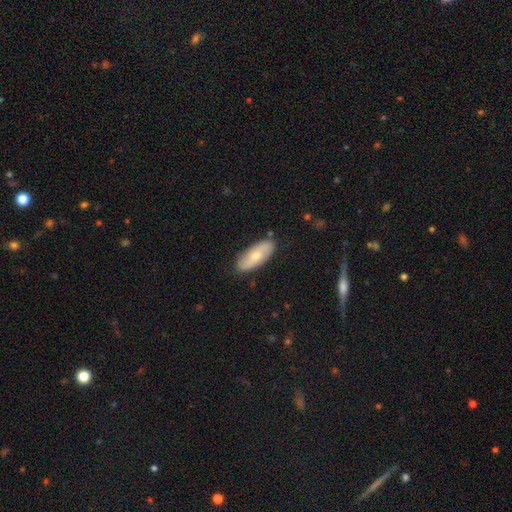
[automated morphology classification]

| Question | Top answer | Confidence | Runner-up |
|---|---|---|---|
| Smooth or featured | smooth | 60% | featured or disk (35%) |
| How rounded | in between | 79% | cigar-shaped (18%) |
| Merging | none | 84% | minor disturbance (12%) |